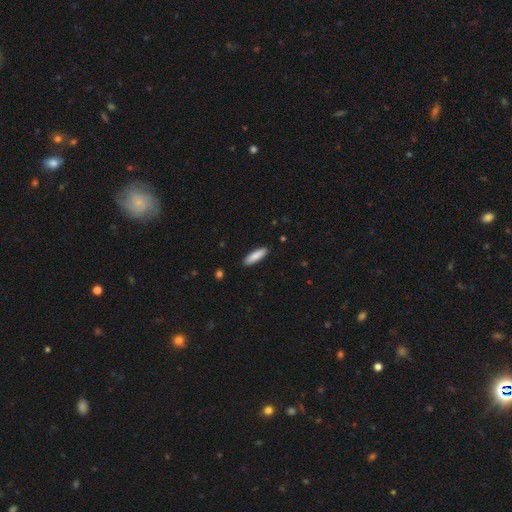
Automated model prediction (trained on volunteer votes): Smooth or featured?
  - smooth: 86% *
  - featured or disk: 9%
  - star or artifact: 6%
How rounded?
  - cigar-shaped: 64% *
  - in between: 35%
  - round: 1%
Merging?
  - none: 90% *
  - minor disturbance: 8%
  - major disturbance: 2%
  - merger: 1%